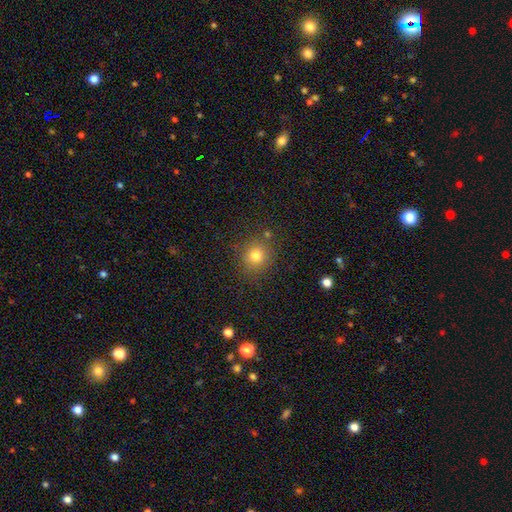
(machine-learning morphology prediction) Smooth or featured: smooth — 78% (star or artifact — 15%)
How rounded: round — 86% (in between — 13%)
Merging: none — 83% (minor disturbance — 10%)